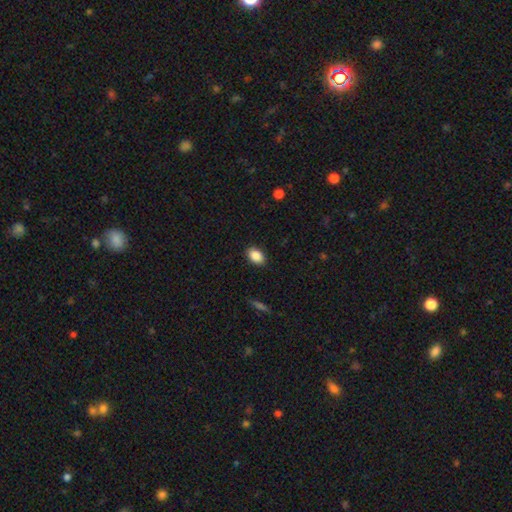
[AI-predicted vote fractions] A smooth galaxy with no disk features (88%) that is in between round and cigar-shaped (87%). Merging: none (89%).